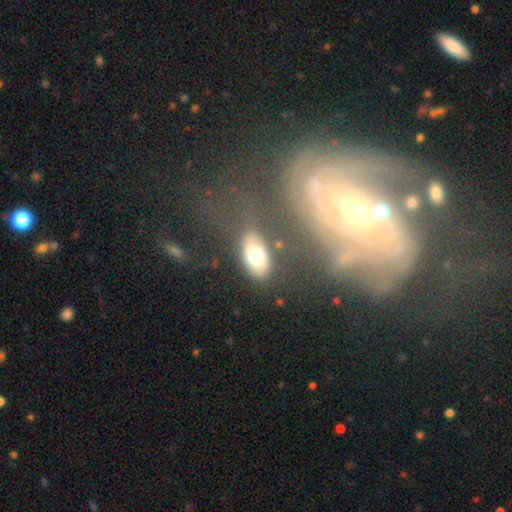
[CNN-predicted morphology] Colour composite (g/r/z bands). It shows a smooth galaxy with no disk features (70%) that is in between round and cigar-shaped (88%). Merging: none (73%).